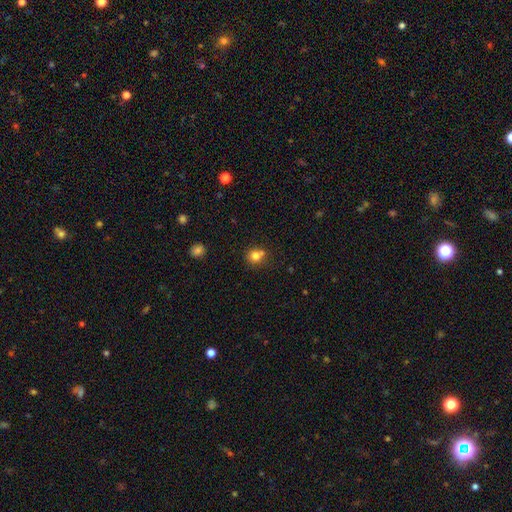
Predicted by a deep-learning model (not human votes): This is likely a smooth galaxy (78%). How rounded: likely round (77%). Merging: possibly none (53%).